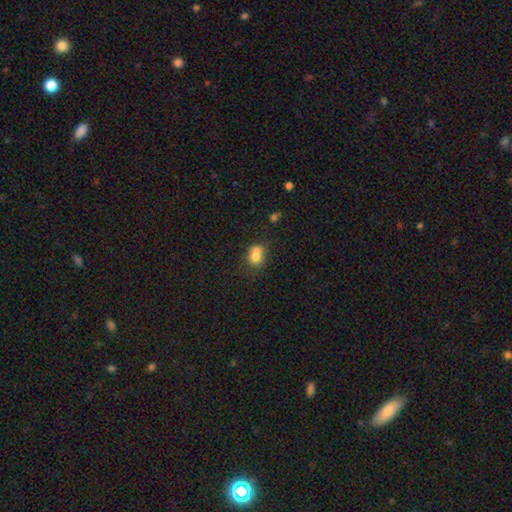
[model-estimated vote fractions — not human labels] Smooth or featured? smooth (72%)
How rounded? round (67%)
Merging? merger (53%)